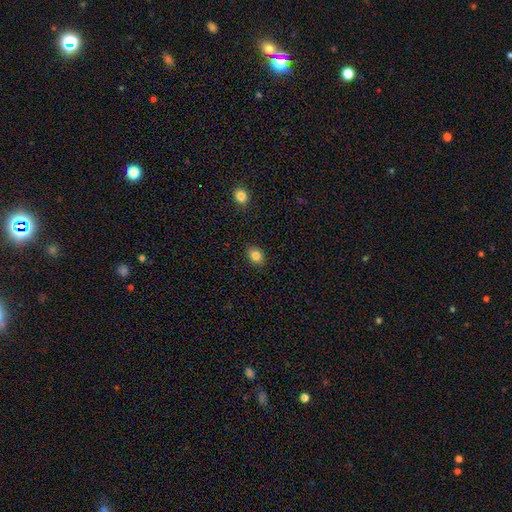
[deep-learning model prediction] Overall: smooth (84%). How rounded: in between (63%; round 36%). Merging: none (87%).